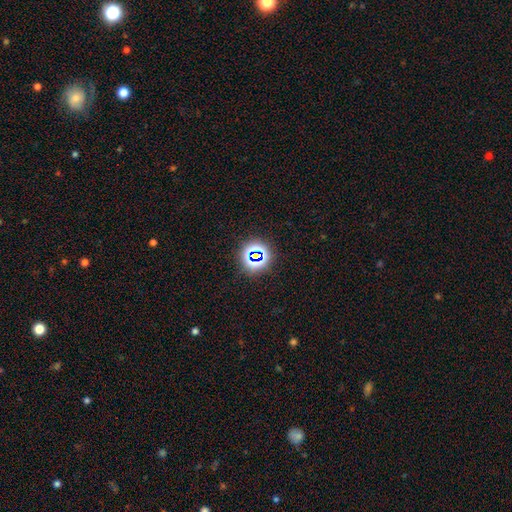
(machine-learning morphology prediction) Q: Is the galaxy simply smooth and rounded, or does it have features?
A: star or artifact — 68%.